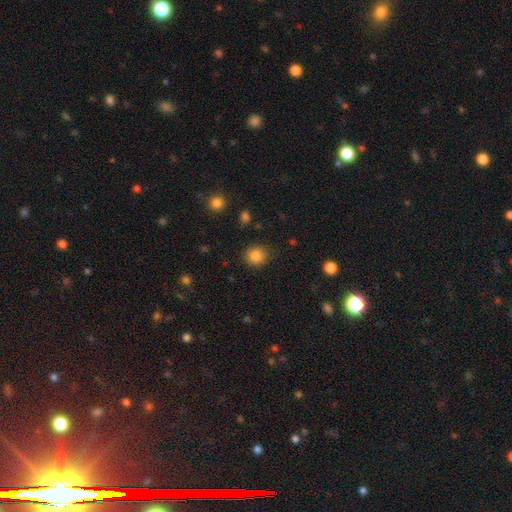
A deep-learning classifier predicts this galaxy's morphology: A smooth galaxy with no disk features (84%) that is round (85%). Merging: none (86%).